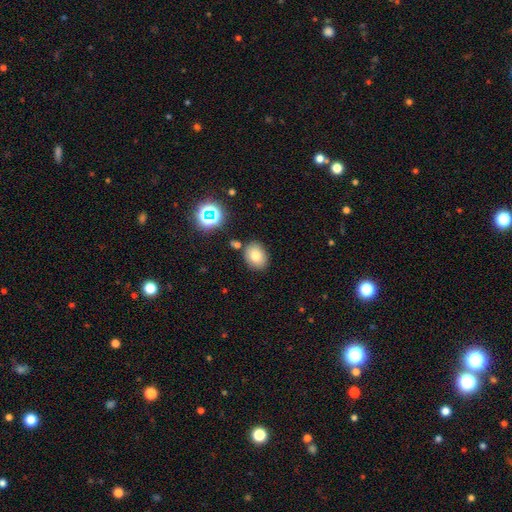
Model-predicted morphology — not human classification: Smooth or featured: smooth — 76% (star or artifact — 13%)
How rounded: in between — 63% (round — 36%)
Merging: none — 80% (minor disturbance — 11%)